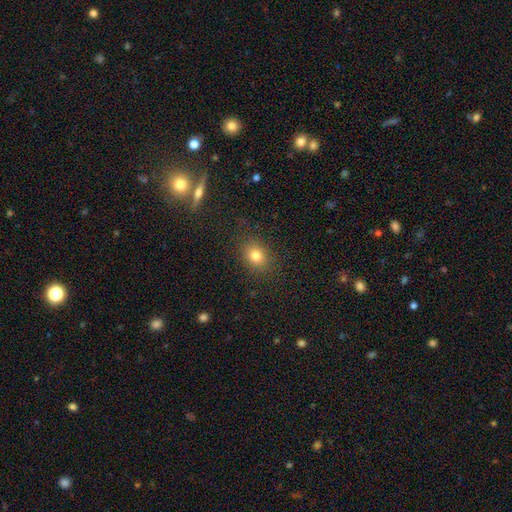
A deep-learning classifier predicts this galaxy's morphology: A smooth galaxy with no disk features (80%) that is round (55%).

Vote fractions:
- Smooth or featured? smooth: 80% / star or artifact: 13% / featured or disk: 7%
- How rounded? round: 55% / in between: 43% / cigar-shaped: 1%
- Merging? none: 85% / minor disturbance: 10% / major disturbance: 4% / merger: 1%